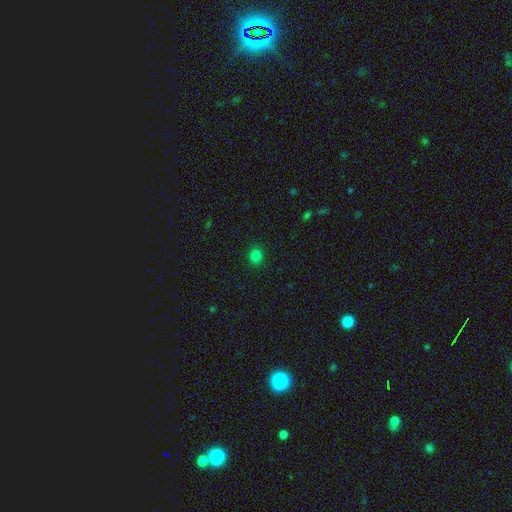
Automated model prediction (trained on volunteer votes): Smooth or featured? smooth (81%)
How rounded? round (79%)
Merging? none (90%)